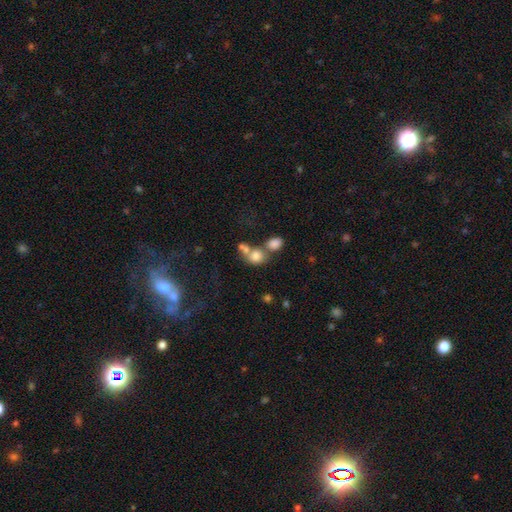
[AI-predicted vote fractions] Smooth or featured? smooth (75%)
How rounded? round (59%)
Merging? merger (53%)